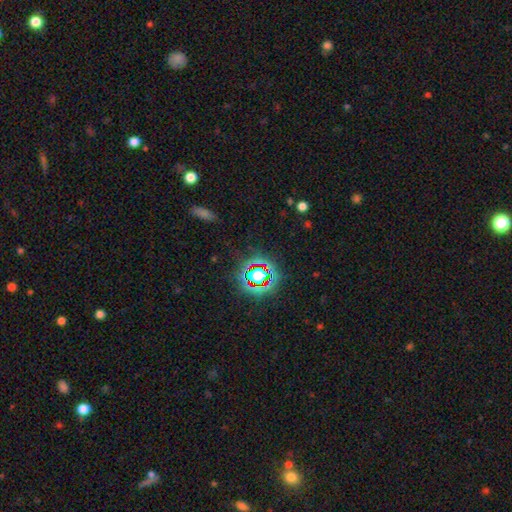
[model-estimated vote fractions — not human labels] The model was most divided on "smooth or featured": star or artifact: 77%, smooth: 14%, featured or disk: 9%.